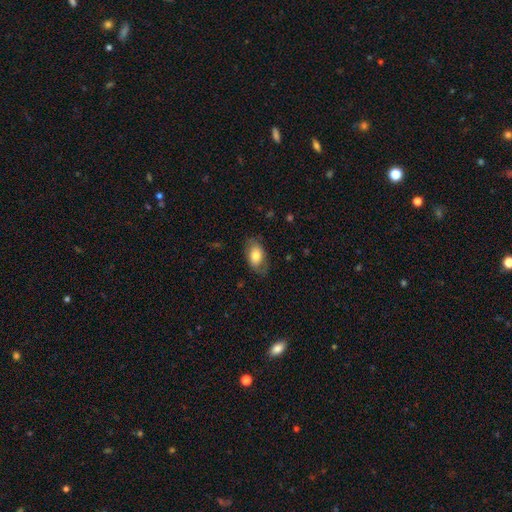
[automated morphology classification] Q: Smooth or featured?
A: smooth (70%); runner-up: featured or disk (23%)
Q: How rounded?
A: in between (90%); runner-up: round (9%)
Q: Merging?
A: none (73%); runner-up: minor disturbance (18%)